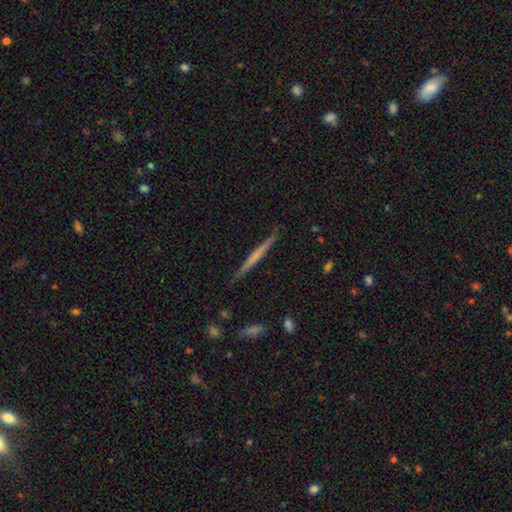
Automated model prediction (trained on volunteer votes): Q: Smooth or featured?
A: featured or disk (55%); runner-up: smooth (39%)
Q: Edge-on disk?
A: yes (97%); runner-up: no (3%)
Q: Edge-on bulge?
A: none (73%); runner-up: rounded (17%)
Q: Merging?
A: none (88%); runner-up: minor disturbance (9%)